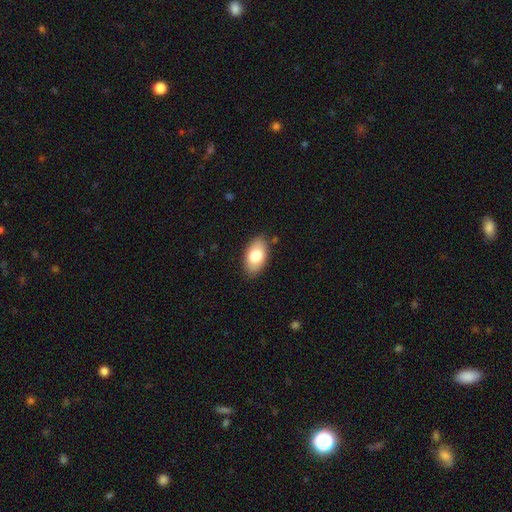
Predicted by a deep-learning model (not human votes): The model was most divided on "smooth or featured": smooth: 78%, featured or disk: 15%, star or artifact: 7%. More confident: how rounded — in between (94%); merging — none (84%).